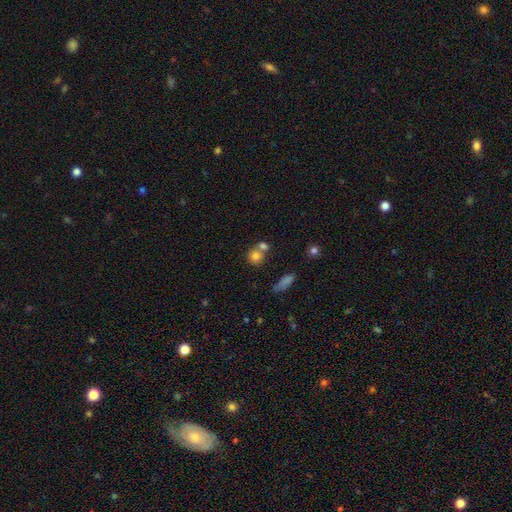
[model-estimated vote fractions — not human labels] Morphology: type=smooth (78%); roundness=round (81%); merging=none (46%).